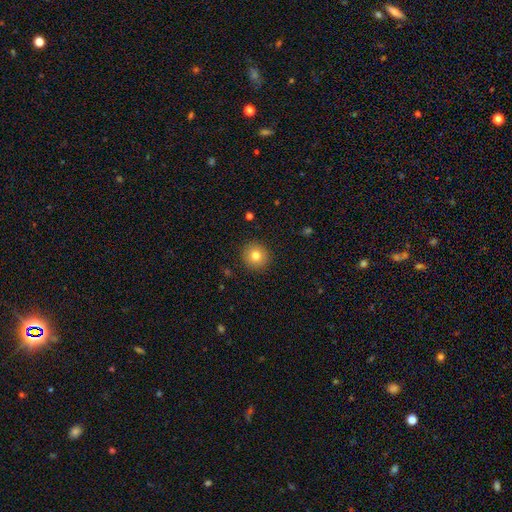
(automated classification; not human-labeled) The model was most divided on "smooth or featured": smooth: 79%, star or artifact: 11%, featured or disk: 10%. More confident: how rounded — round (92%); merging — none (91%).